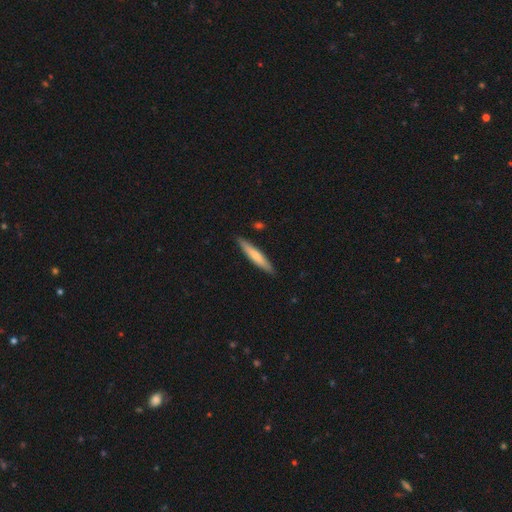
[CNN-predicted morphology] Overall: smooth (67%; featured or disk 28%). How rounded: cigar-shaped (91%). Merging: none (88%).